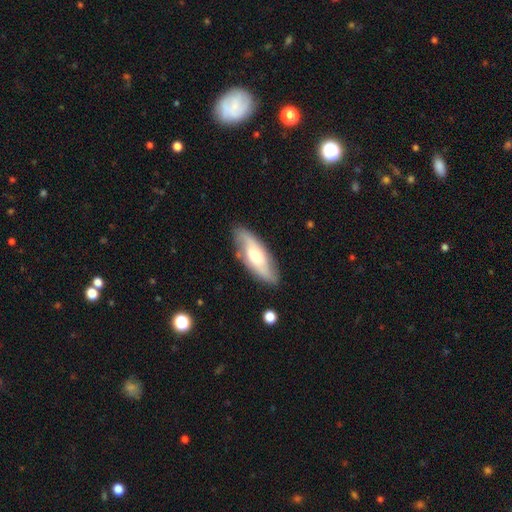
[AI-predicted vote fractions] This appears to be a featured or disk galaxy (53%). Merging: none (82%).